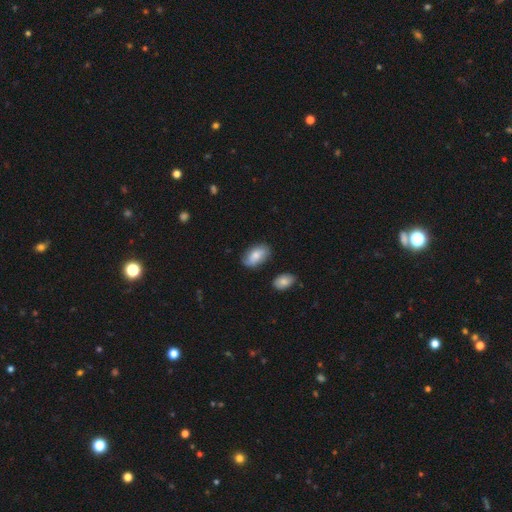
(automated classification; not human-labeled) The model was most divided on "smooth or featured": smooth: 72%, featured or disk: 21%, star or artifact: 7%. More confident: how rounded — in between (93%); merging — none (71%).